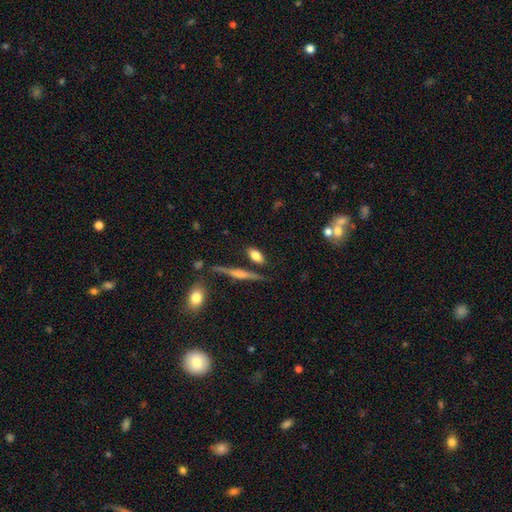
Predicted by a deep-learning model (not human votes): A smooth galaxy with no disk features (75%) that is in between round and cigar-shaped (74%).

Vote fractions:
- Smooth or featured? smooth: 75% / featured or disk: 18% / star or artifact: 8%
- How rounded? in between: 74% / cigar-shaped: 22% / round: 4%
- Merging? none: 77% / minor disturbance: 12% / merger: 7% / major disturbance: 4%